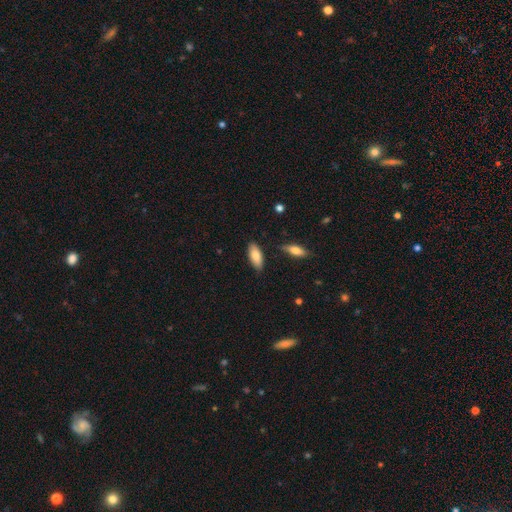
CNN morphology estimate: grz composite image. It shows a smooth galaxy with no disk features (82%) that is in between round and cigar-shaped (84%). Merging: none (82%).